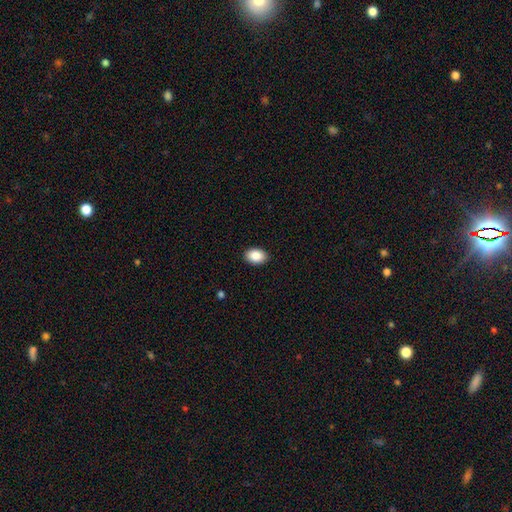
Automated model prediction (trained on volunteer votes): The model was most divided on "how rounded": in between: 82%, round: 17%, cigar-shaped: 1%. More confident: merging — none (90%); smooth or featured — smooth (89%).